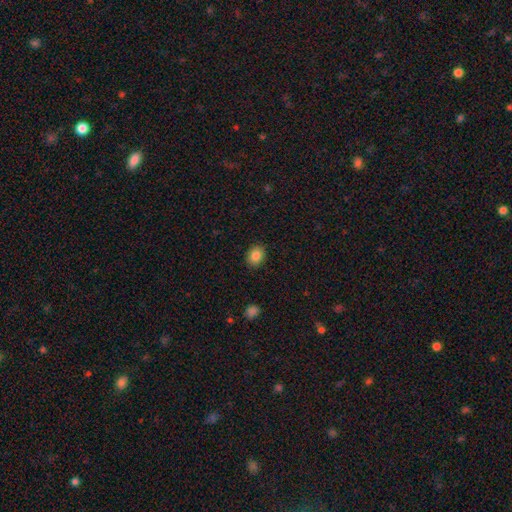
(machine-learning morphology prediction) This appears to be a smooth galaxy with no disk features (86%) that is in between round and cigar-shaped (60%). Merging: none (88%).